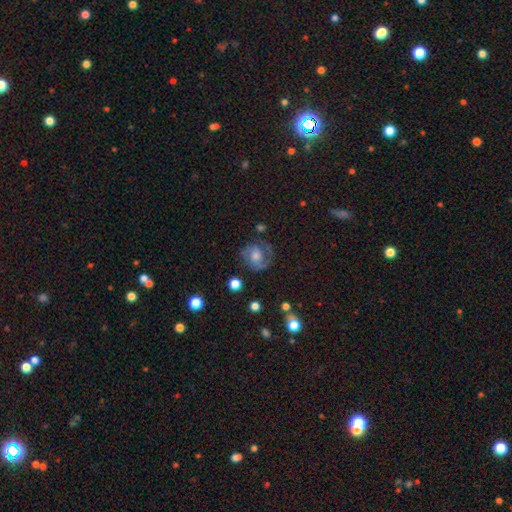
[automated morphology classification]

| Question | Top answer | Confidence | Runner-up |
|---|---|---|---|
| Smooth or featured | featured or disk | 66% | smooth (24%) |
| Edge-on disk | no | 97% | yes (3%) |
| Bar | no | 55% | weak (37%) |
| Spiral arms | yes | 88% | no (12%) |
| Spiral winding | medium | 46% | tight (39%) |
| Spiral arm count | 2 | 73% | can't tell (12%) |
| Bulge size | moderate | 51% | small (25%) |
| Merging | none | 70% | minor disturbance (17%) |